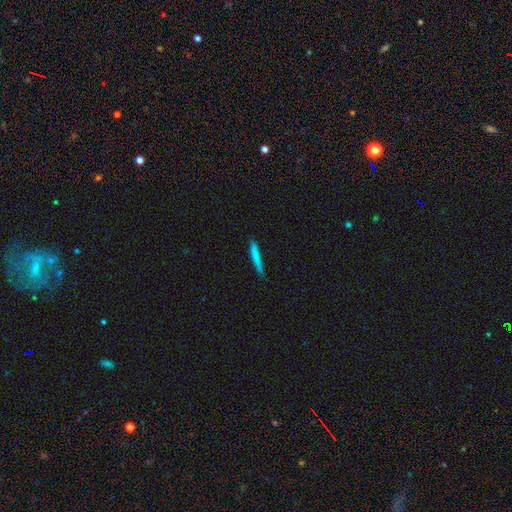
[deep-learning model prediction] Q: Smooth or featured?
A: smooth (76%); runner-up: featured or disk (17%)
Q: How rounded?
A: cigar-shaped (95%); runner-up: in between (3%)
Q: Merging?
A: none (85%); runner-up: minor disturbance (11%)